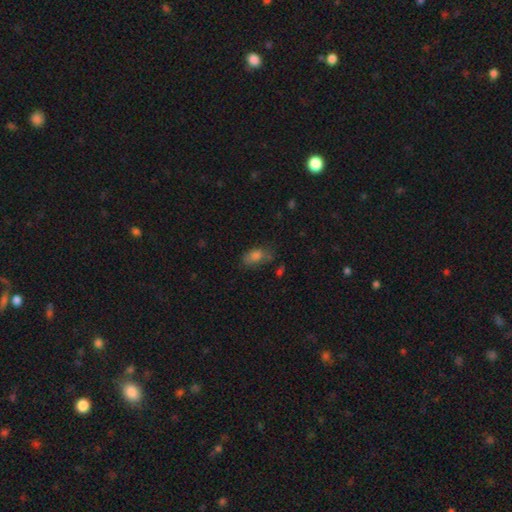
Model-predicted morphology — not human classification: smooth 74%, star or artifact 13%, featured or disk 12%. Down the decision tree: how rounded — in between (85%); merging — none (58%).